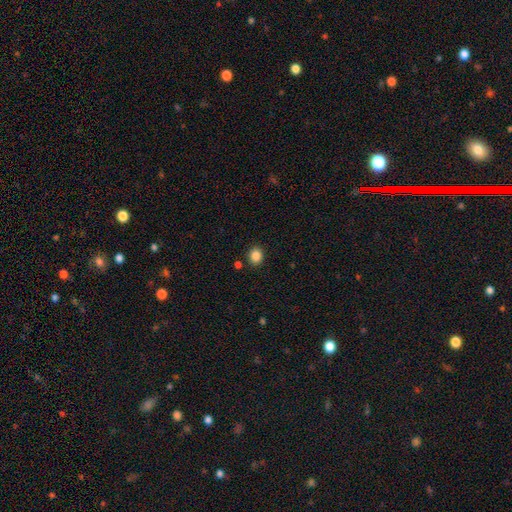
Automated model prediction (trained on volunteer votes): Smooth or featured?
  - smooth: 86% *
  - star or artifact: 10%
  - featured or disk: 3%
How rounded?
  - round: 64% *
  - in between: 35%
  - cigar-shaped: 1%
Merging?
  - none: 87% *
  - minor disturbance: 8%
  - merger: 3%
  - major disturbance: 2%